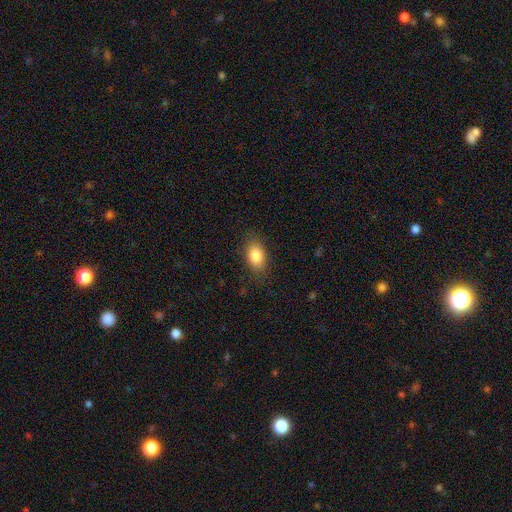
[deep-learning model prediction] smooth_or_featured: smooth (p=0.85) [alt: star or artifact p=0.08]
how_rounded: in between (p=0.84) [alt: round p=0.14]
merging: none (p=0.83) [alt: minor disturbance p=0.12]